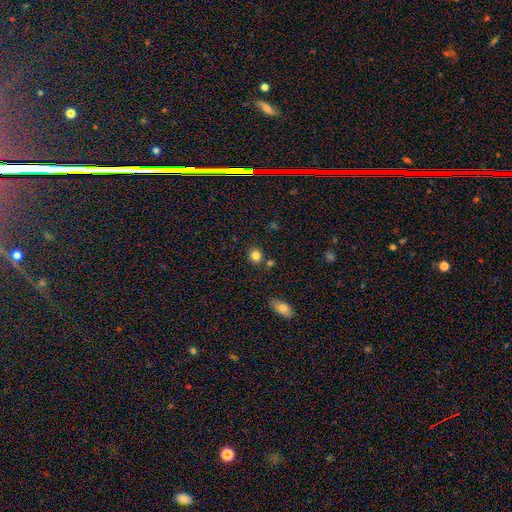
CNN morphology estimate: smooth 84%, star or artifact 11%, featured or disk 5%. Down the decision tree: how rounded — round (80%); merging — none (83%).